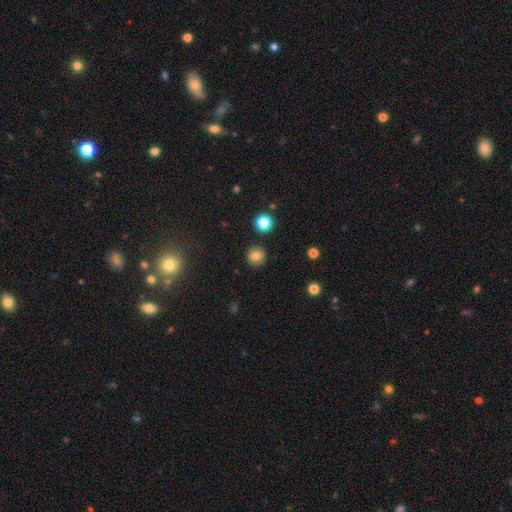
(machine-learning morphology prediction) A smooth galaxy with no disk features (80%) that is round (92%). Merging: none (89%).